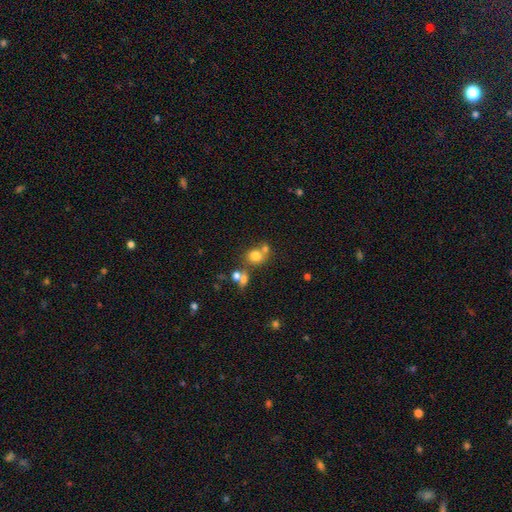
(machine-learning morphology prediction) smooth 74%, star or artifact 14%, featured or disk 12%. Down the decision tree: how rounded — round (75%); merging — none (48%).